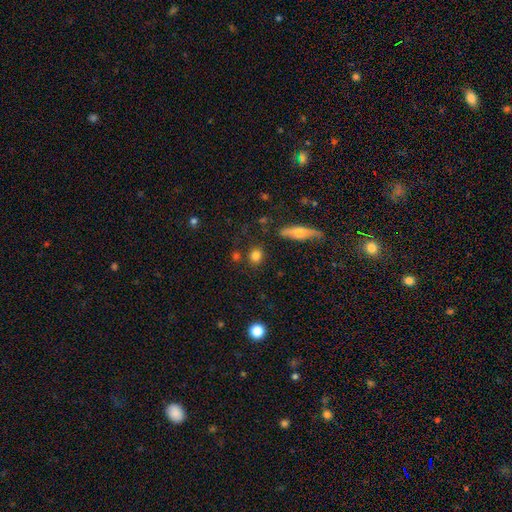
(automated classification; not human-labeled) Smooth or featured: smooth — 80% (star or artifact — 10%)
How rounded: round — 70% (in between — 27%)
Merging: none — 81% (minor disturbance — 10%)